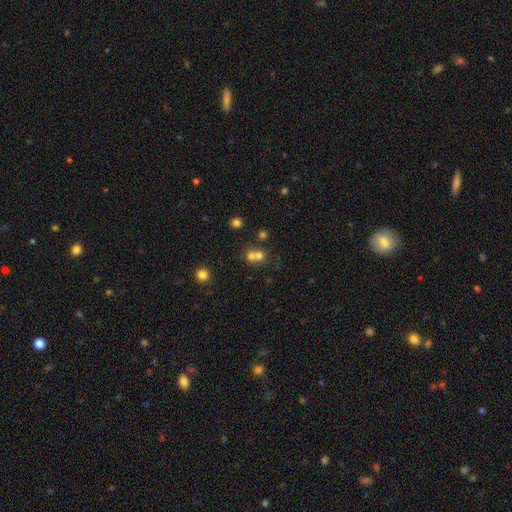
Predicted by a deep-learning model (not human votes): This appears to be a smooth galaxy with no disk features (67%) that is round (82%). Merging: merger (57%).